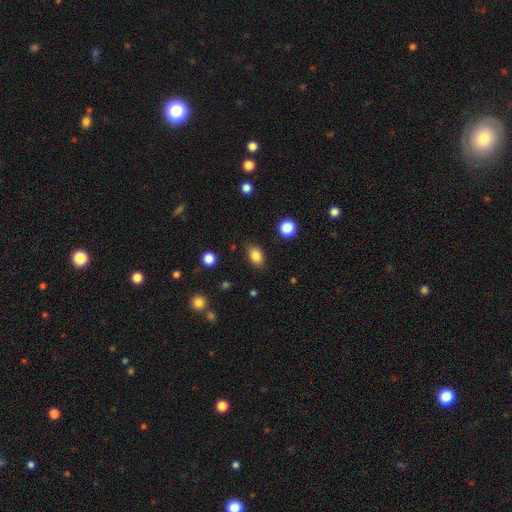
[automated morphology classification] This is clearly a smooth galaxy (84%). How rounded: likely in between (78%). Merging: clearly none (82%).